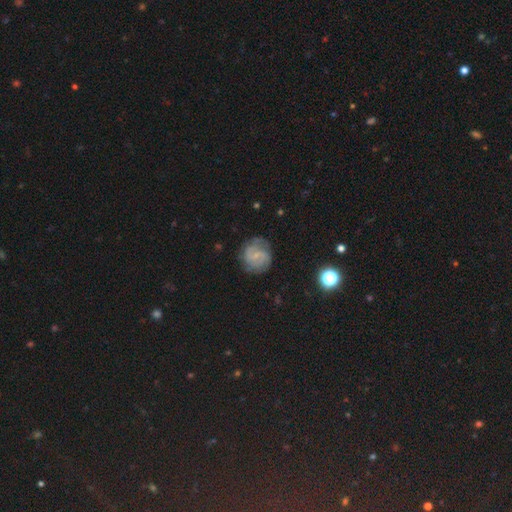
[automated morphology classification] type=featured or disk (79%); edge-on=no (98%); bar=weak (51%); spiral arms=yes (95%); winding=medium (46%); arm count=2 (67%); bulge=small (68%); merging=none (75%).